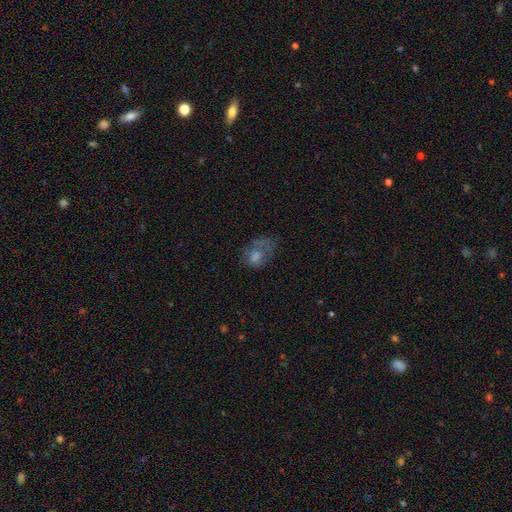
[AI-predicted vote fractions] This is possibly a smooth galaxy (50%). Merging: marginally major disturbance (38%).